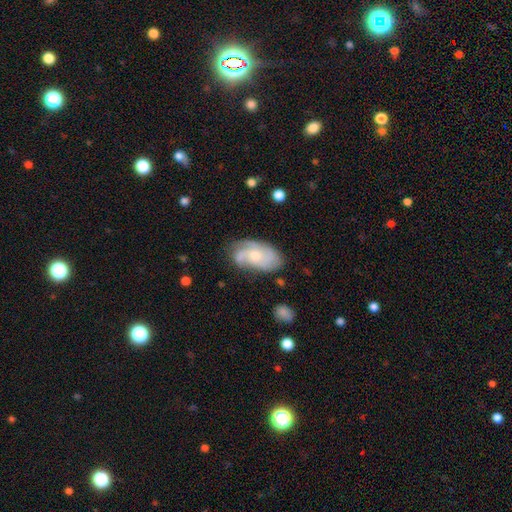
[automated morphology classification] featured or disk 73%, smooth 21%, star or artifact 6%. Down the decision tree: edge-on disk — no (96%); bar — no (71%); spiral arms — yes (93%); spiral arm count — 3 (33%); spiral winding — medium (42%); bulge size — small (48%); merging — none (64%).